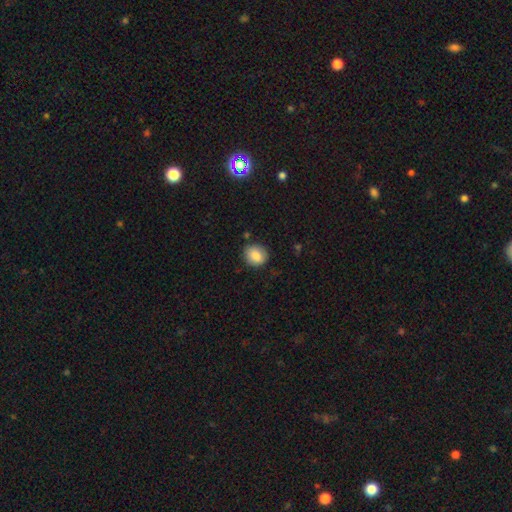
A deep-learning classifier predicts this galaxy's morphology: type=smooth (85%); roundness=round (79%); merging=none (82%).